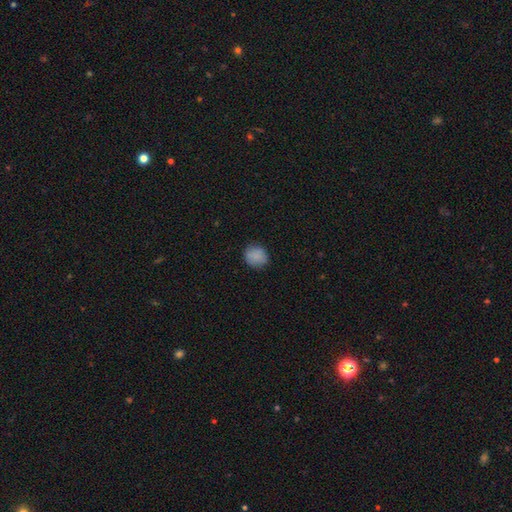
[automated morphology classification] This is clearly a smooth galaxy (85%). How rounded: likely round (76%). Merging: clearly none (83%).